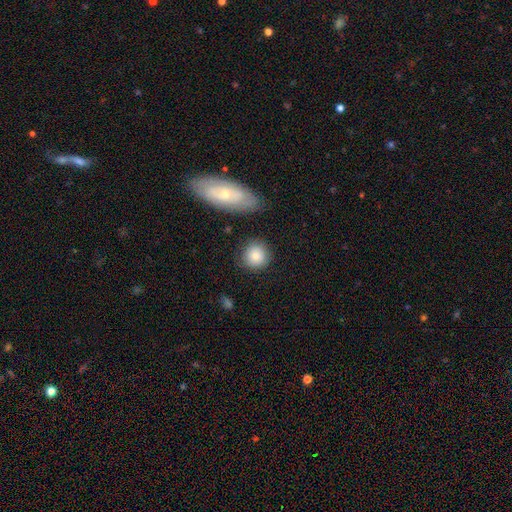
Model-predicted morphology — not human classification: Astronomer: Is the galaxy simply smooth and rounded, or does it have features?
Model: smooth — 83%.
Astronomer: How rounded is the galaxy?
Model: round — 89%.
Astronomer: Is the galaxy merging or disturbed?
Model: none — 80%.